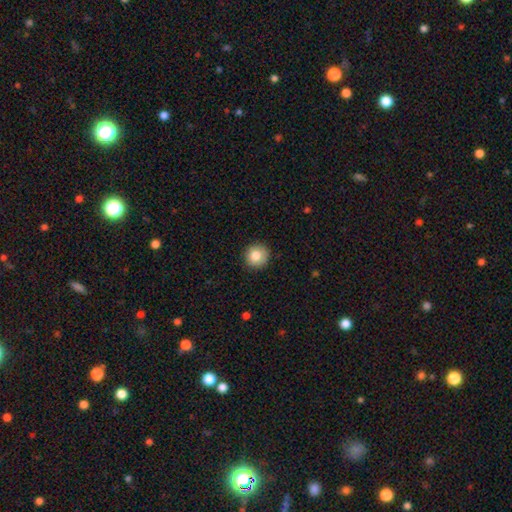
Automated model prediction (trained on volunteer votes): A smooth galaxy with no disk features (83%) that is round (93%).

Vote fractions:
- Smooth or featured? smooth: 83% / star or artifact: 9% / featured or disk: 8%
- How rounded? round: 93% / in between: 6% / cigar-shaped: 1%
- Merging? none: 90% / minor disturbance: 7% / major disturbance: 2% / merger: 1%